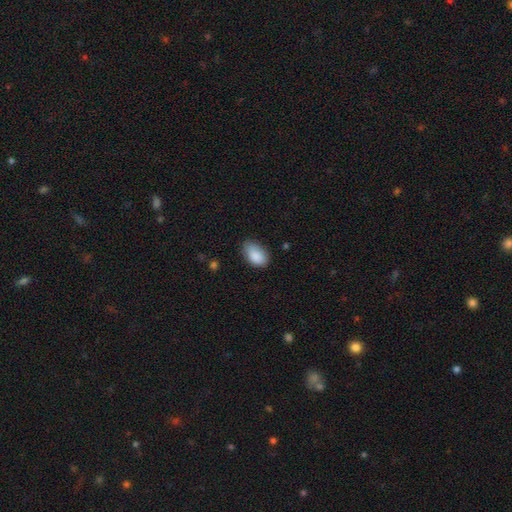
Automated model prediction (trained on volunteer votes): smooth-or-featured: smooth: 88% | star or artifact: 7% | featured or disk: 5%
  how-rounded: in between: 93% | round: 5% | cigar-shaped: 2%
  merging: none: 68% | minor disturbance: 26% | major disturbance: 4% | merger: 1%